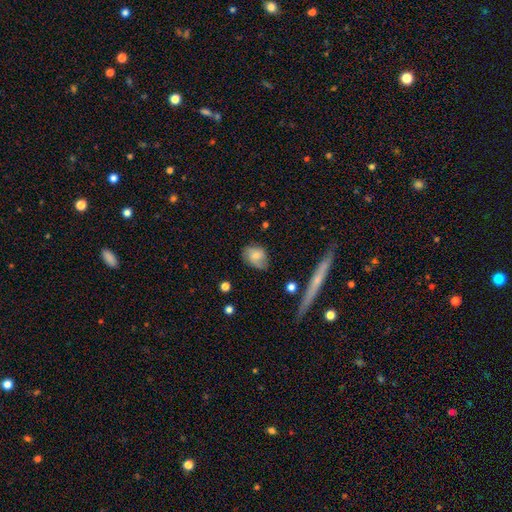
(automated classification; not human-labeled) Morphology: type=smooth (67%); roundness=in between (64%); merging=none (70%).